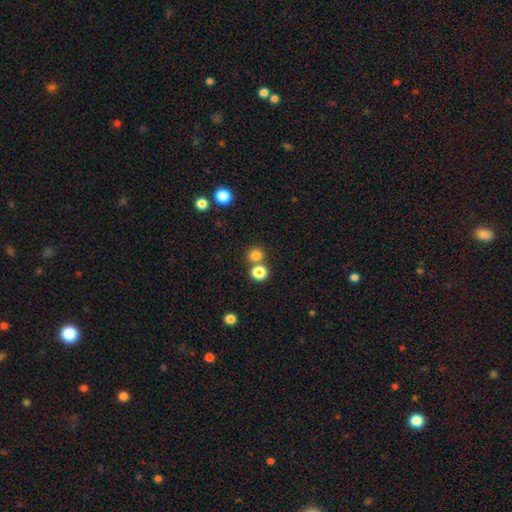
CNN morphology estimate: Smooth or featured?
  - smooth: 80% *
  - star or artifact: 15%
  - featured or disk: 5%
How rounded?
  - round: 90% *
  - in between: 9%
  - cigar-shaped: 1%
Merging?
  - none: 64% *
  - merger: 27%
  - minor disturbance: 6%
  - major disturbance: 3%